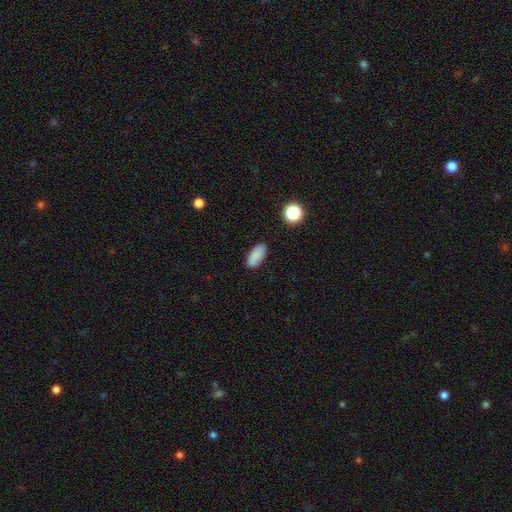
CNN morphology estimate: Q: Smooth or featured?
A: smooth (86%); runner-up: star or artifact (9%)
Q: How rounded?
A: in between (90%); runner-up: cigar-shaped (7%)
Q: Merging?
A: none (86%); runner-up: minor disturbance (10%)